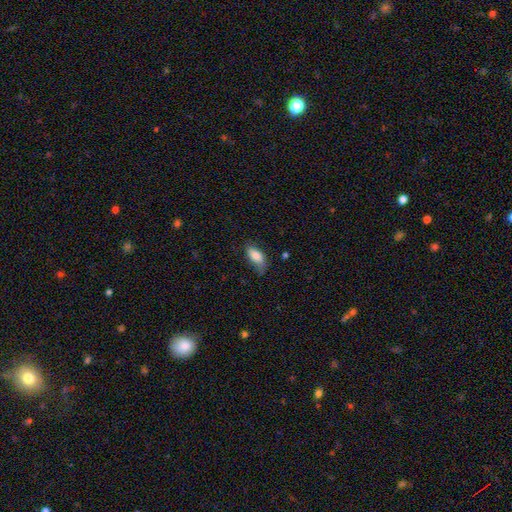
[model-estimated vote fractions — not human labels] Smooth or featured: smooth — 81% (featured or disk — 12%)
How rounded: in between — 87% (cigar-shaped — 9%)
Merging: none — 61% (minor disturbance — 29%)